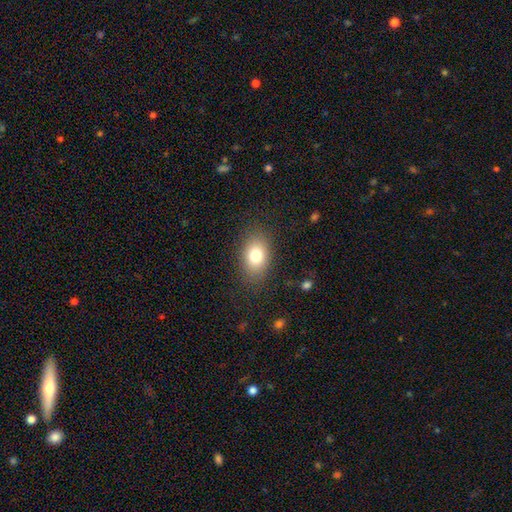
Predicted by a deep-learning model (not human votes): Overall: smooth (79%). How rounded: in between (82%). Merging: none (84%).